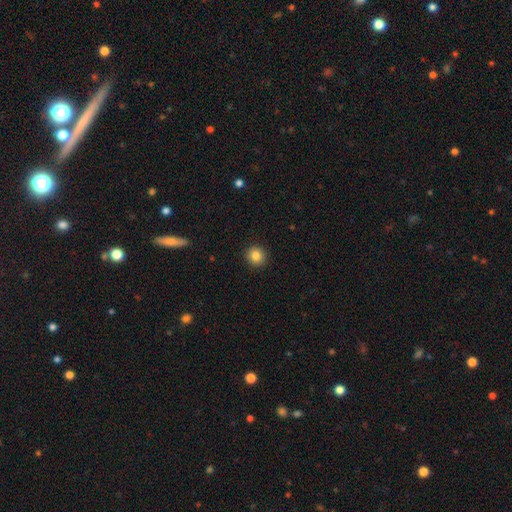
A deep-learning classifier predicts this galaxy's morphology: Overall: smooth (84%). How rounded: round (91%). Merging: none (92%).